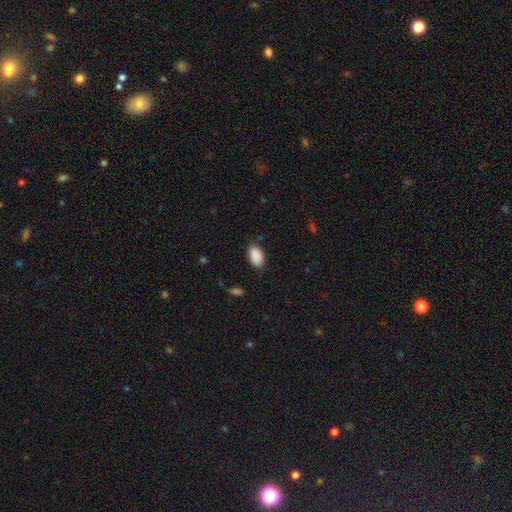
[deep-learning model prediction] A smooth galaxy with no disk features (90%) that is in between round and cigar-shaped (93%).

Vote fractions:
- Smooth or featured? smooth: 90% / star or artifact: 7% / featured or disk: 3%
- How rounded? in between: 93% / round: 6% / cigar-shaped: 1%
- Merging? none: 82% / minor disturbance: 14% / major disturbance: 3% / merger: 1%